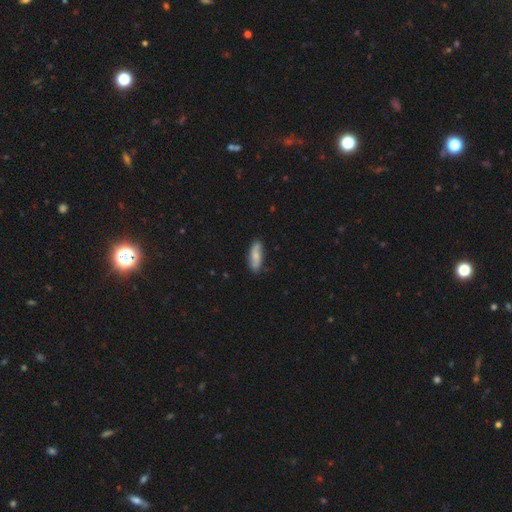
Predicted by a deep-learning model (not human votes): Q: Smooth or featured?
A: smooth (63%); runner-up: featured or disk (31%)
Q: How rounded?
A: in between (65%); runner-up: cigar-shaped (32%)
Q: Merging?
A: none (81%); runner-up: minor disturbance (15%)